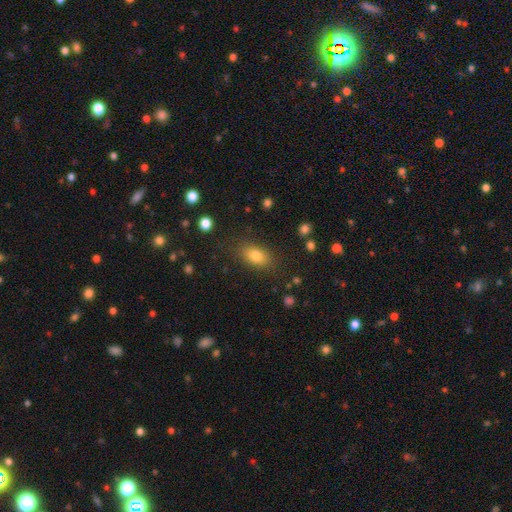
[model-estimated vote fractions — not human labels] smooth 79%, star or artifact 11%, featured or disk 10%. Down the decision tree: how rounded — in between (83%); merging — none (84%).